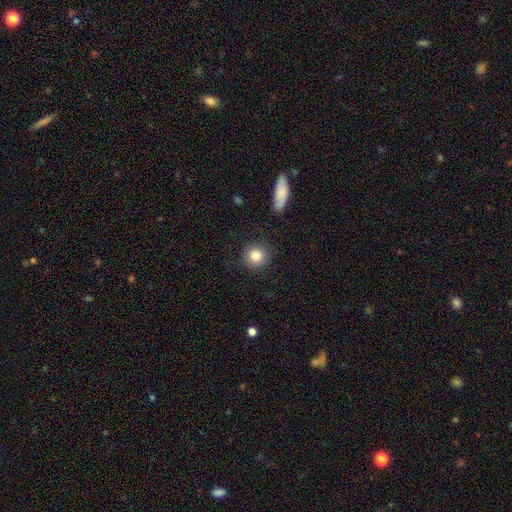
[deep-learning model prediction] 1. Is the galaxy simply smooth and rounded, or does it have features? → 85% smooth, 9% star or artifact, 6% featured or disk.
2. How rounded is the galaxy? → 92% round, 7% in between, 1% cigar-shaped.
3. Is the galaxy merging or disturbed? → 89% none, 7% minor disturbance, 2% major disturbance, 1% merger.